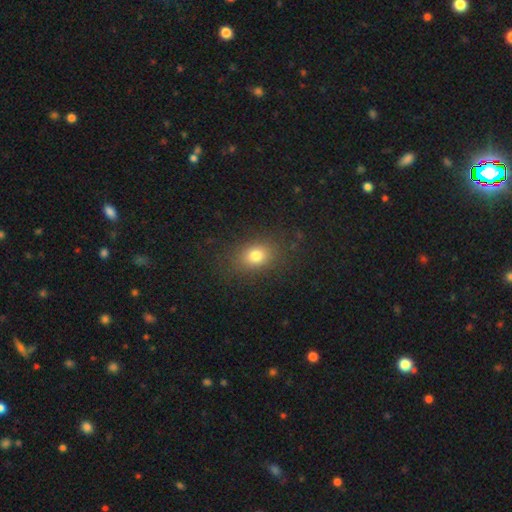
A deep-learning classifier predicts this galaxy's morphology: Smooth or featured? Predicted: smooth (p=0.78). How rounded? Predicted: in between (p=0.61). Merging? Predicted: none (p=0.84).